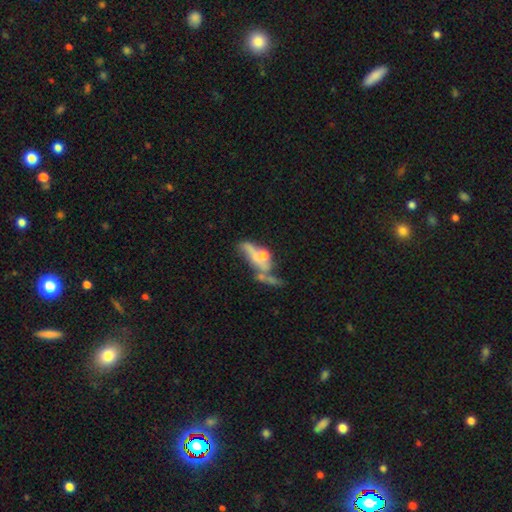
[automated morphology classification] This appears to be a featured or disk galaxy (58%). Merging: merger (37%).